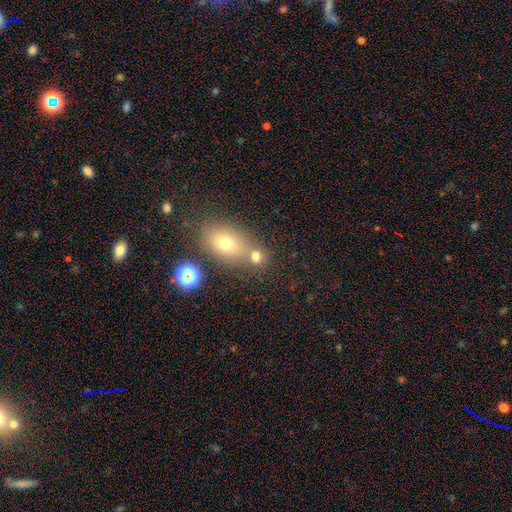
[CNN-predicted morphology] Smooth or featured? smooth (70%)
How rounded? round (57%)
Merging? none (53%)